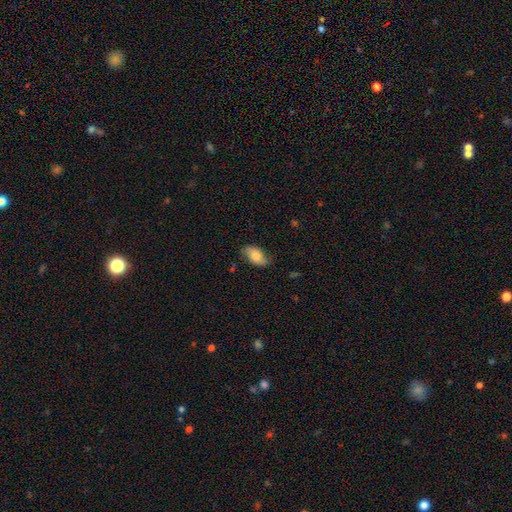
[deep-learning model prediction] Smooth or featured?
  - smooth: 71% *
  - featured or disk: 22%
  - star or artifact: 7%
How rounded?
  - in between: 92% *
  - round: 5%
  - cigar-shaped: 3%
Merging?
  - none: 71% *
  - minor disturbance: 23%
  - major disturbance: 5%
  - merger: 1%